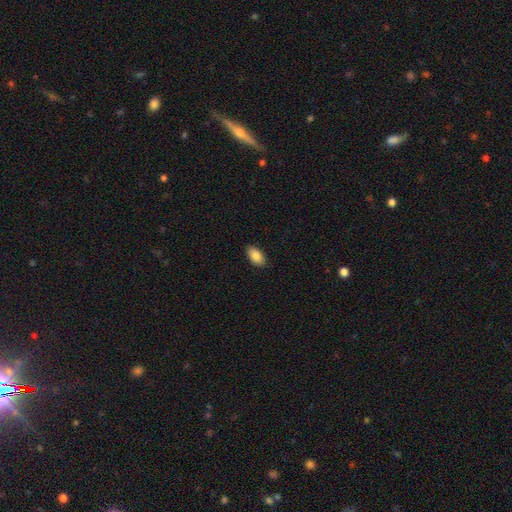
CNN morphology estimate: Smooth or featured?
  - smooth: 86% *
  - star or artifact: 7%
  - featured or disk: 7%
How rounded?
  - in between: 94% *
  - round: 4%
  - cigar-shaped: 2%
Merging?
  - none: 89% *
  - minor disturbance: 8%
  - major disturbance: 2%
  - merger: 1%